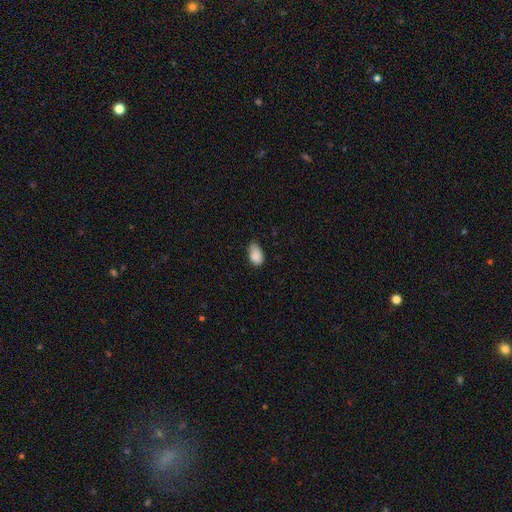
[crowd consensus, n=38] This is clearly a smooth galaxy (95%). How rounded: clearly in between (100%). Merging: possibly none (50%, tied with minor disturbance).